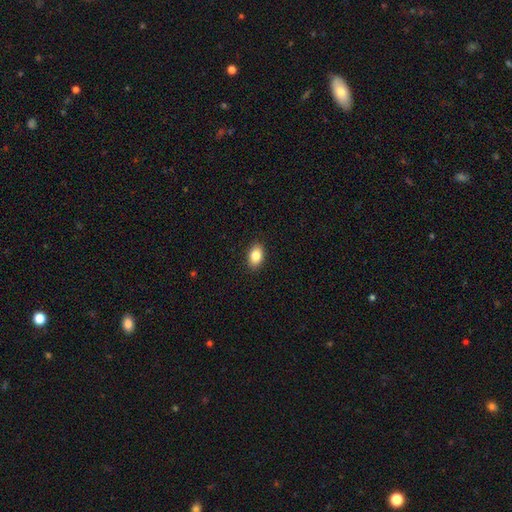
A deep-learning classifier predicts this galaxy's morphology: Smooth or featured? smooth (84%)
How rounded? in between (87%)
Merging? none (90%)